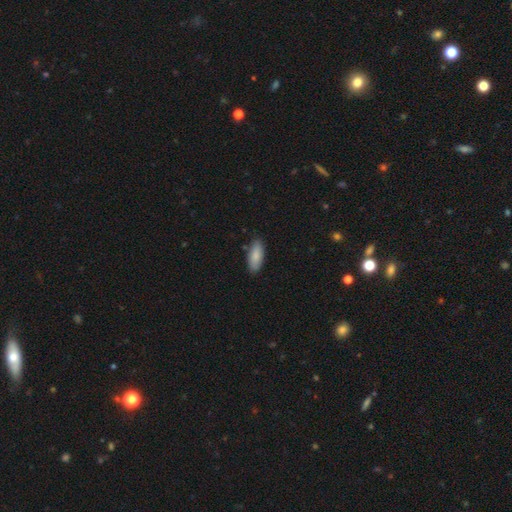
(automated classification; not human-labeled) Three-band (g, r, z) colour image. It shows a smooth galaxy with no disk features (86%) that is in between round and cigar-shaped (79%). Merging: none (85%).